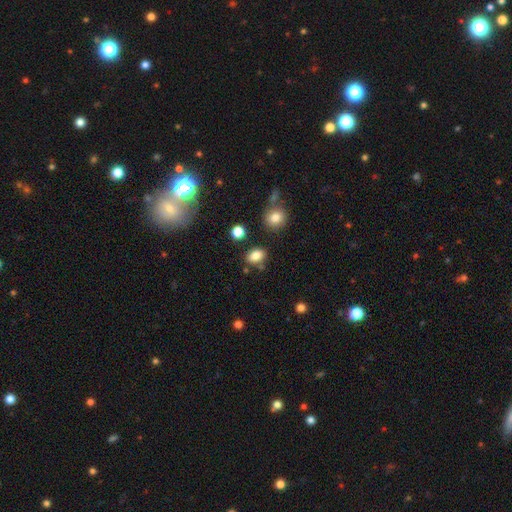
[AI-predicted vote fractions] The model was most divided on "how rounded": in between: 79%, round: 20%, cigar-shaped: 2%. More confident: smooth or featured — smooth (83%); merging — none (75%).